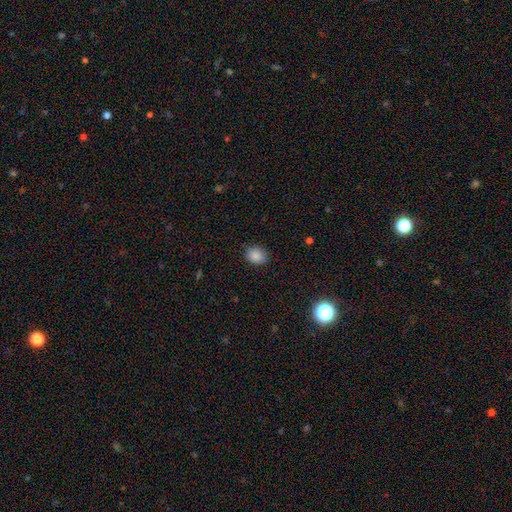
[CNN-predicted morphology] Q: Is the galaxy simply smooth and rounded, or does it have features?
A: smooth — 86%.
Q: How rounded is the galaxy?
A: in between — 51%.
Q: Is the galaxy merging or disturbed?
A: none — 86%.